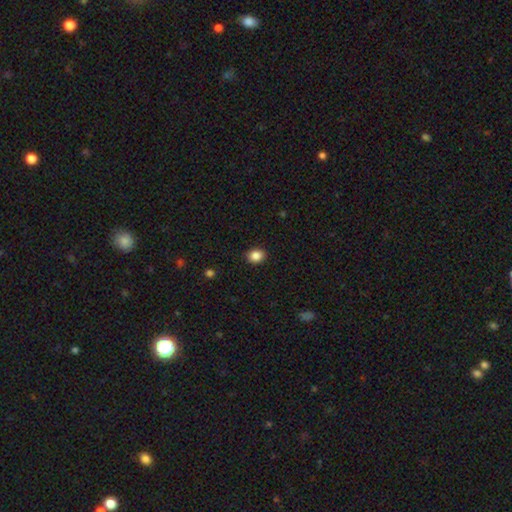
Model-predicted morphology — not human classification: type=smooth (87%); roundness=round (54%); merging=none (89%).